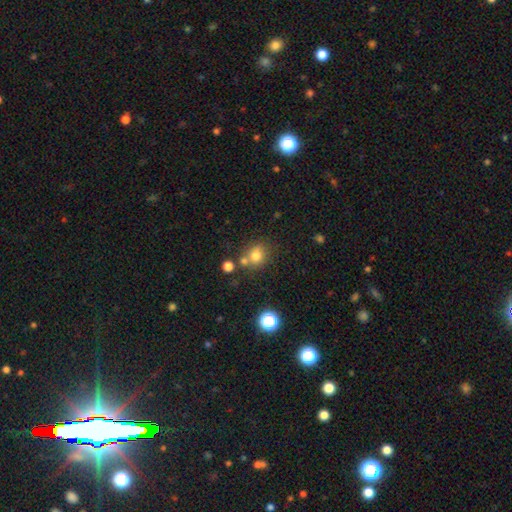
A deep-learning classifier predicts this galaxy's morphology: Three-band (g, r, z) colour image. It shows a smooth galaxy with no disk features (75%) that is round (76%). Merging: none (61%).